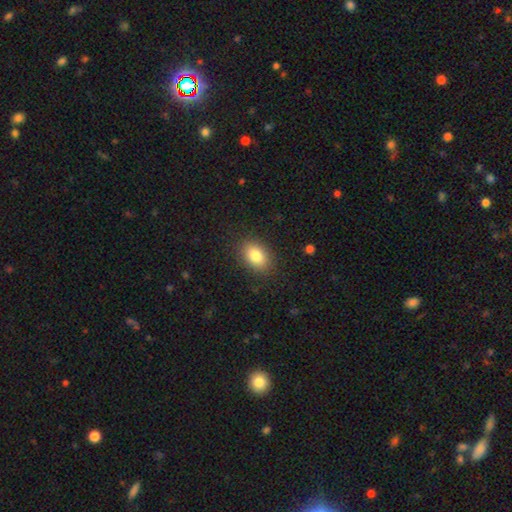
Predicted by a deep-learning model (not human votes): Smooth or featured? smooth (83%)
How rounded? in between (79%)
Merging? none (87%)